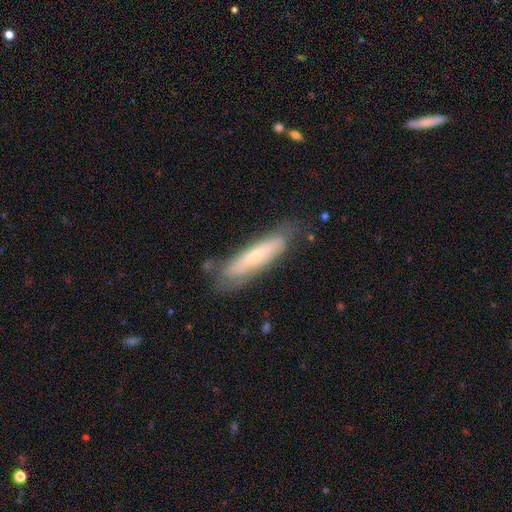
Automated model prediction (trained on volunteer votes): This is possibly a featured or disk galaxy (54%). It is possibly not viewed edge-on (51%). Merging: likely none (69%).